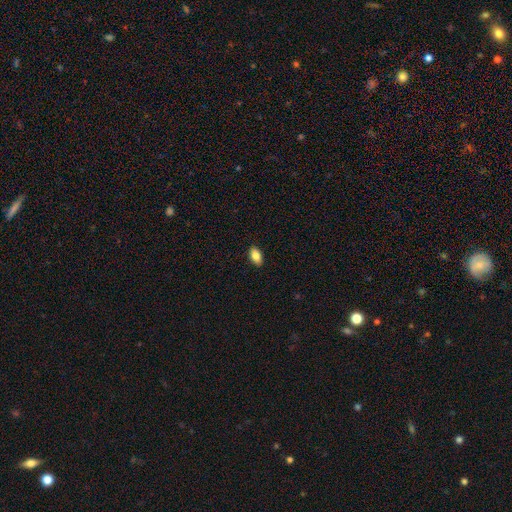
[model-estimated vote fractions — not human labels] The model was most divided on "smooth or featured": smooth: 82%, featured or disk: 10%, star or artifact: 7%. More confident: how rounded — in between (91%); merging — none (90%).